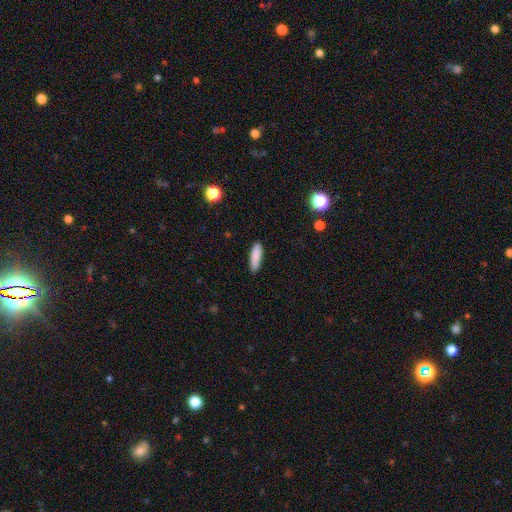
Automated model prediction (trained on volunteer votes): smooth 87%, star or artifact 7%, featured or disk 6%. Down the decision tree: how rounded — cigar-shaped (65%); merging — none (87%).